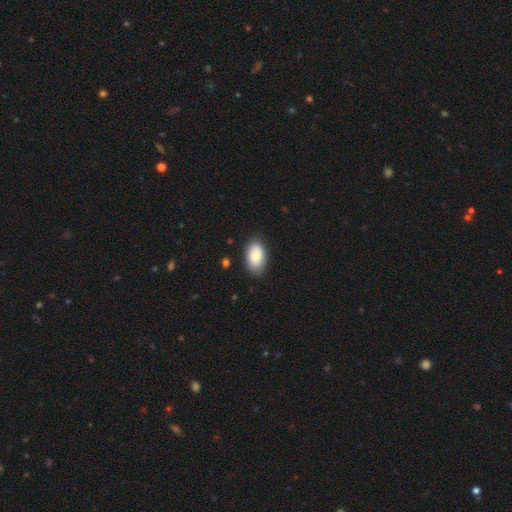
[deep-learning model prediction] Smooth or featured? smooth (79%)
How rounded? in between (93%)
Merging? none (83%)